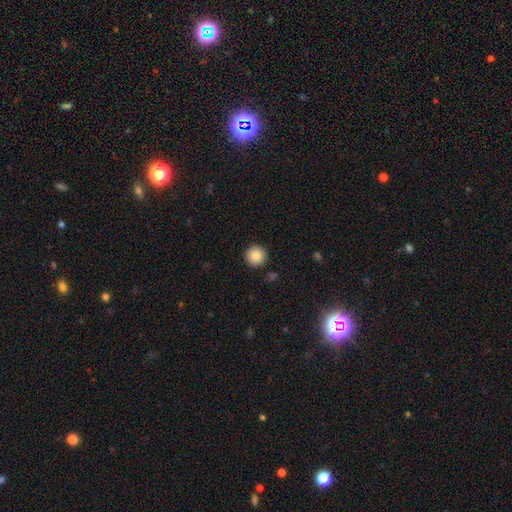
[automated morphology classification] Smooth or featured? smooth (85%)
How rounded? round (96%)
Merging? none (92%)